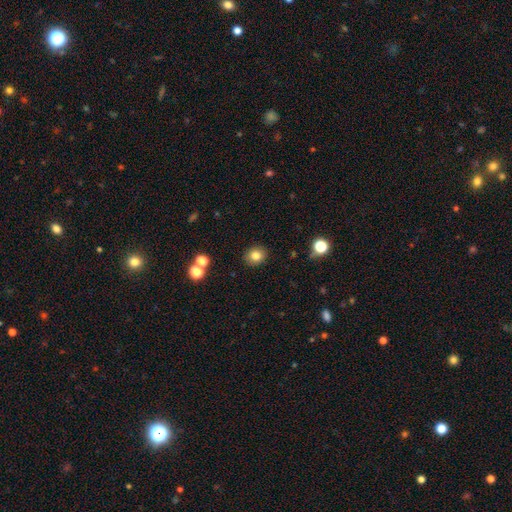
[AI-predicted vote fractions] Smooth or featured: smooth — 81% (star or artifact — 11%)
How rounded: round — 70% (in between — 29%)
Merging: none — 89% (minor disturbance — 7%)